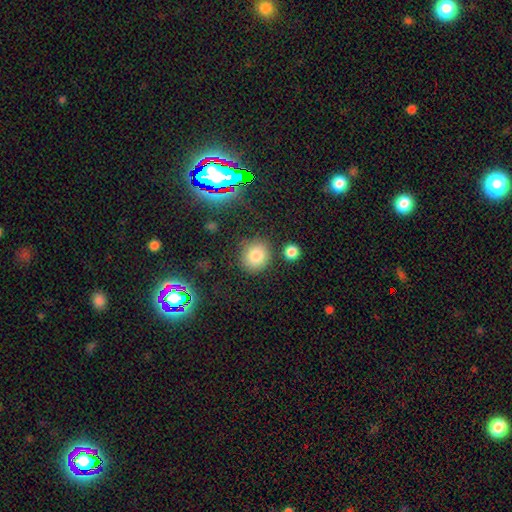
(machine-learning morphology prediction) A smooth galaxy with no disk features (81%) that is round (87%). Merging: none (82%).